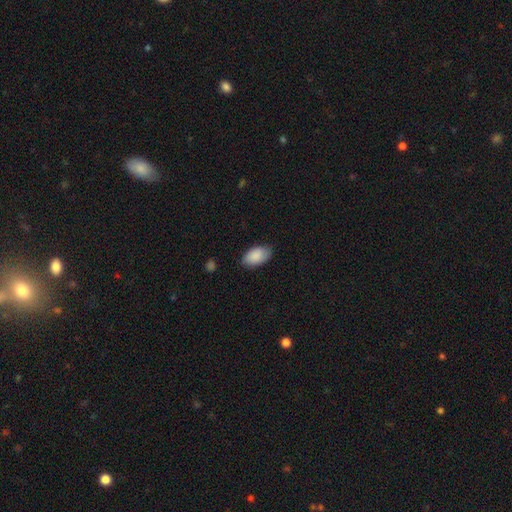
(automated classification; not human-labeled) smooth 89%, star or artifact 6%, featured or disk 6%. Down the decision tree: how rounded — in between (95%); merging — none (81%).